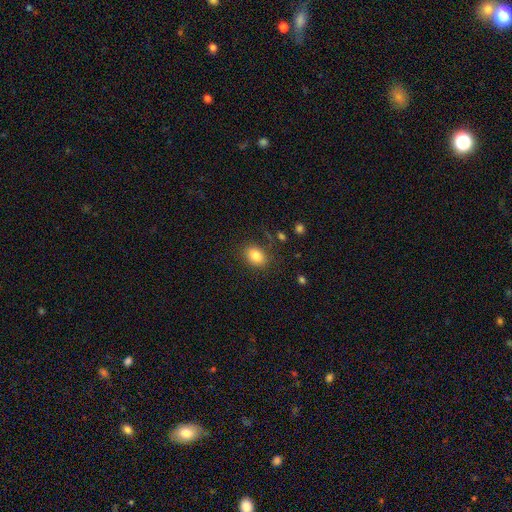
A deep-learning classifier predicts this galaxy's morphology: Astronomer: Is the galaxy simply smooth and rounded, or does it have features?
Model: smooth — 83%.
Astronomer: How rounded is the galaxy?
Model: in between — 72%.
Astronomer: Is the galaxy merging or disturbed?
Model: none — 80%.